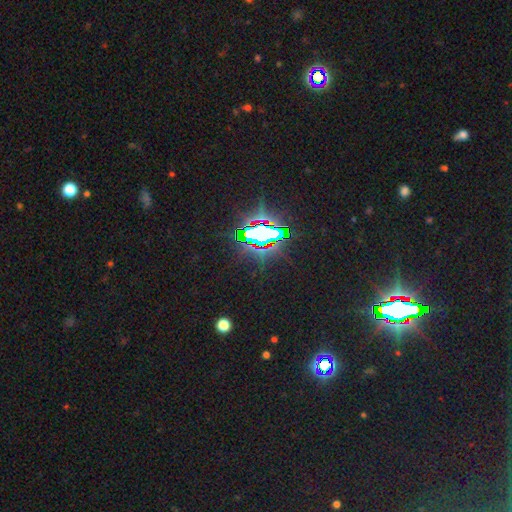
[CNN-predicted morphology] This is clearly a star or artifact rather than a galaxy (84%).